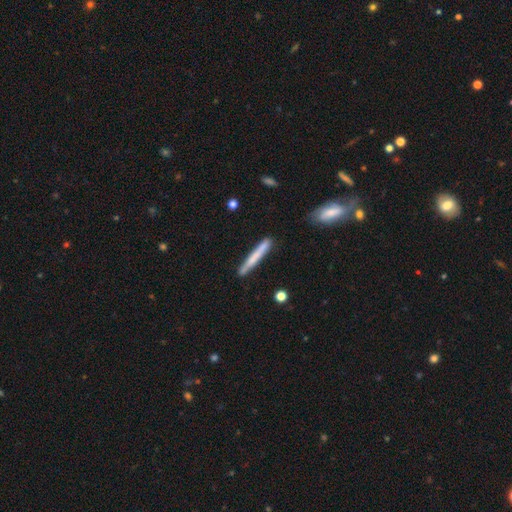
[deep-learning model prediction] A smooth galaxy with no disk features (61%) that is cigar-shaped (96%).

Vote fractions:
- Smooth or featured? smooth: 61% / featured or disk: 33% / star or artifact: 6%
- How rounded? cigar-shaped: 96% / in between: 2% / round: 1%
- Merging? none: 85% / minor disturbance: 11% / merger: 2% / major disturbance: 2%